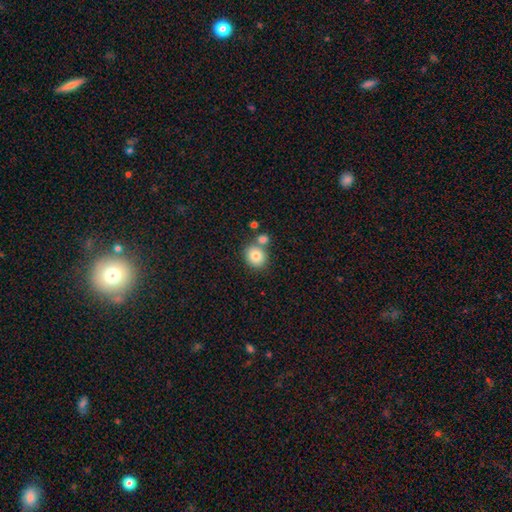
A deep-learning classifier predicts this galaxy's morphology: Smooth or featured?
  - smooth: 81% *
  - star or artifact: 10%
  - featured or disk: 9%
How rounded?
  - round: 73% *
  - in between: 26%
  - cigar-shaped: 1%
Merging?
  - none: 61% *
  - merger: 26%
  - minor disturbance: 10%
  - major disturbance: 3%